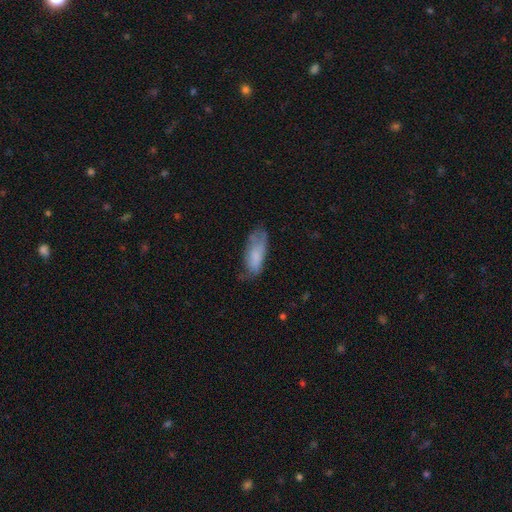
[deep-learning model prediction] This is likely a smooth galaxy (73%). How rounded: likely in between (77%). Merging: possibly none (47%).